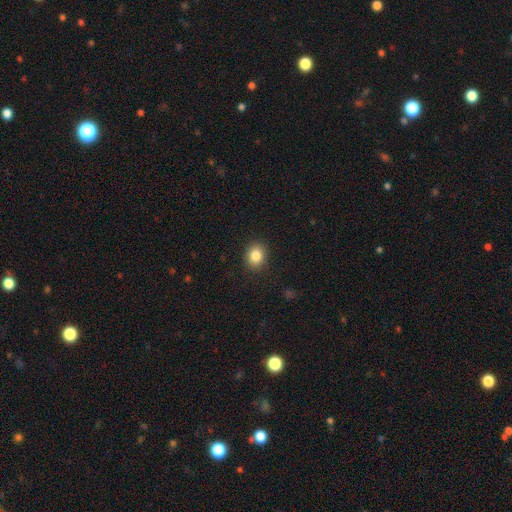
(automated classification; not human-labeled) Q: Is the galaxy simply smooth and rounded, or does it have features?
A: smooth — 85%.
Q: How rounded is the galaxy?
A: round — 59%.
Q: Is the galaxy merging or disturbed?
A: none — 89%.